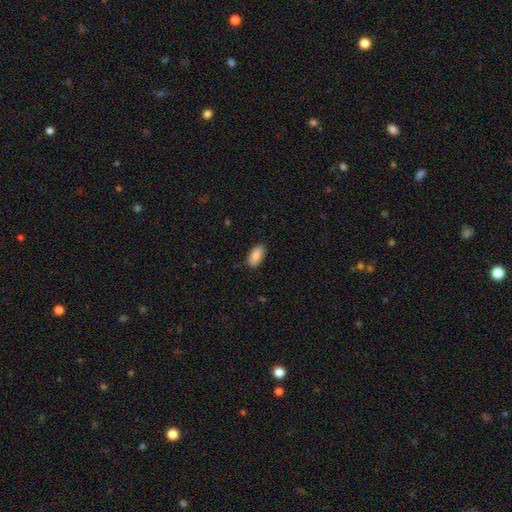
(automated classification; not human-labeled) Smooth or featured? Predicted: smooth (p=0.82). How rounded? Predicted: in between (p=0.93). Merging? Predicted: none (p=0.82).